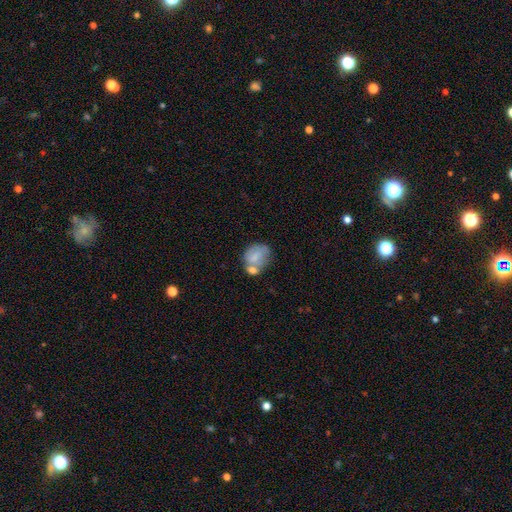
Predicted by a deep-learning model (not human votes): smooth-or-featured: smooth: 70% | featured or disk: 22% | star or artifact: 8%
  how-rounded: in between: 50% | round: 49% | cigar-shaped: 1%
  merging: merger: 42% | none: 31% | minor disturbance: 18% | major disturbance: 9%